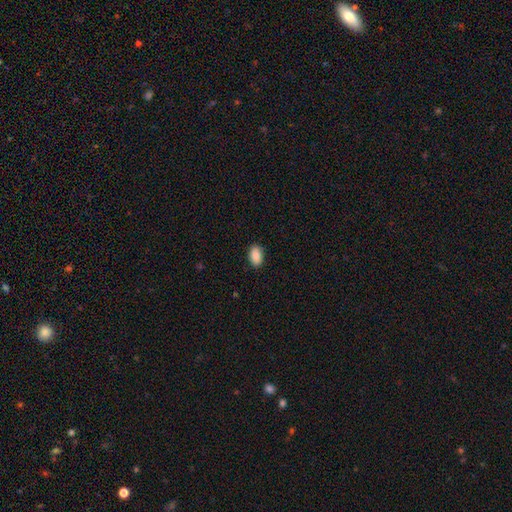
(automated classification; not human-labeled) smooth-or-featured: smooth: 89% | star or artifact: 7% | featured or disk: 4%
  how-rounded: in between: 91% | round: 8% | cigar-shaped: 2%
  merging: none: 88% | minor disturbance: 9% | major disturbance: 2% | merger: 1%